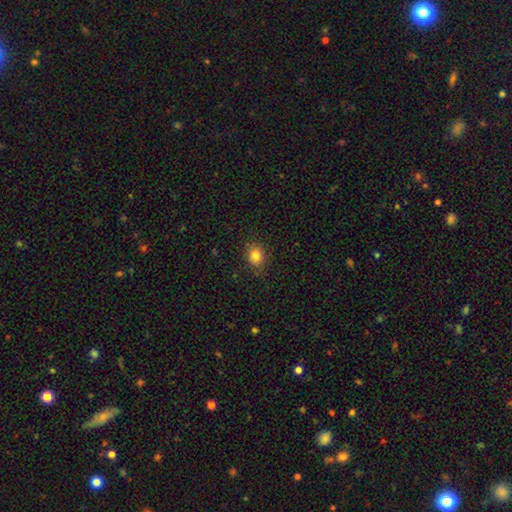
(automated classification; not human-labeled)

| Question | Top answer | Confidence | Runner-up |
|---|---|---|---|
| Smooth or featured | smooth | 83% | star or artifact (12%) |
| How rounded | round | 65% | in between (34%) |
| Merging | none | 85% | minor disturbance (11%) |